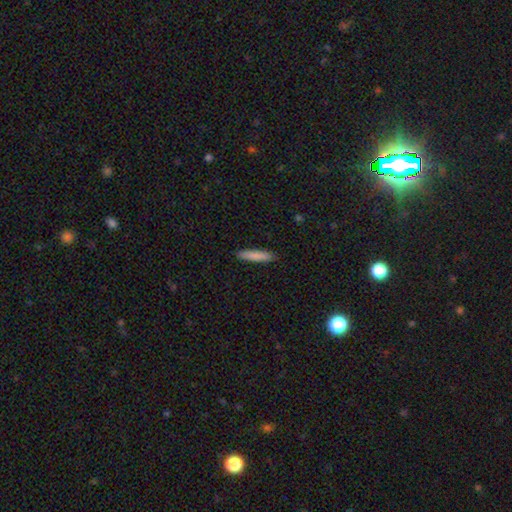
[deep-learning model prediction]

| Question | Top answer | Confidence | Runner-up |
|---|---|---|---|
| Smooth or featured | smooth | 84% | featured or disk (10%) |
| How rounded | cigar-shaped | 87% | in between (11%) |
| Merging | none | 90% | minor disturbance (8%) |